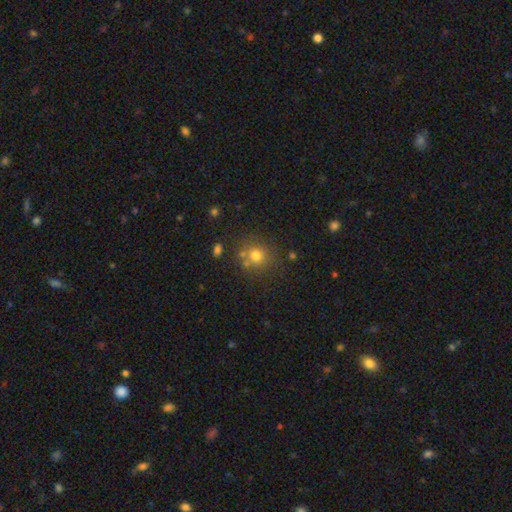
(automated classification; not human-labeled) Overall: smooth (75%). How rounded: round (86%). Merging: none (74%).